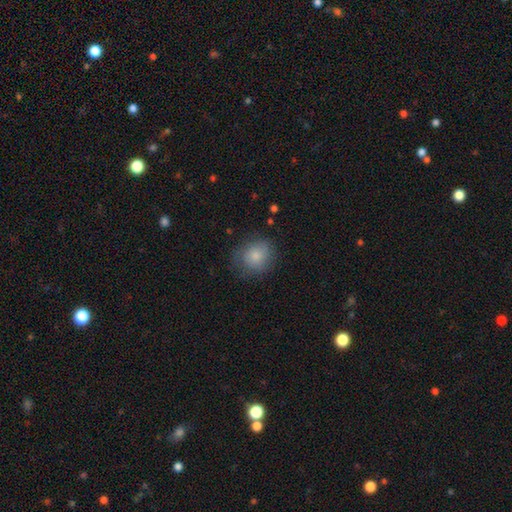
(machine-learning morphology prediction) smooth-or-featured: smooth: 80% | featured or disk: 13% | star or artifact: 8%
  how-rounded: round: 76% | in between: 23% | cigar-shaped: 1%
  merging: none: 71% | minor disturbance: 21% | major disturbance: 7% | merger: 1%